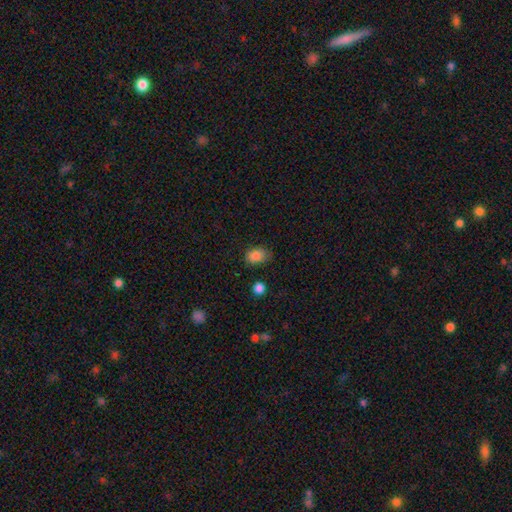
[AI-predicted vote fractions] Overall: smooth (85%). How rounded: in between (78%). Merging: none (68%).